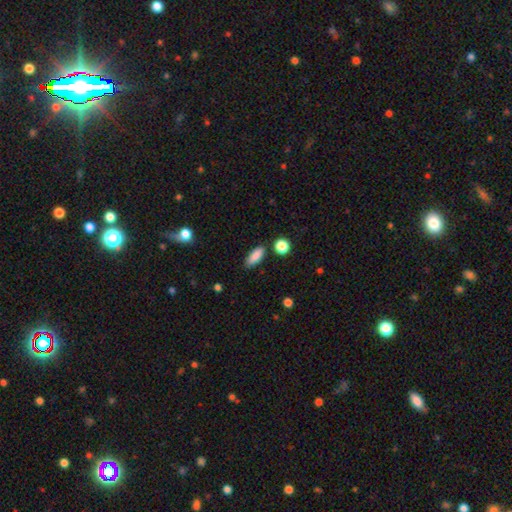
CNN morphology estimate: This appears to be a smooth galaxy with no disk features (87%) that is in between round and cigar-shaped (71%). Merging: none (81%).